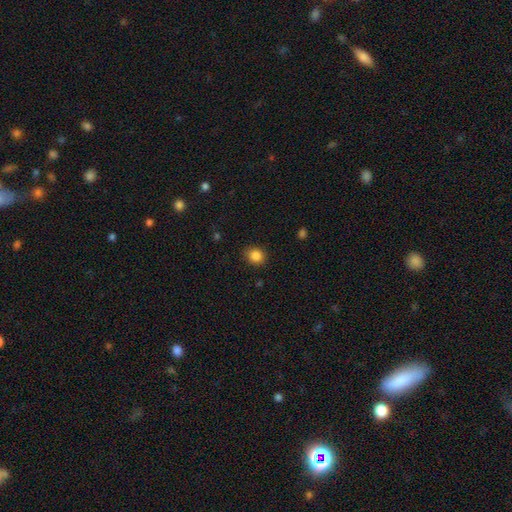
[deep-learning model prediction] Smooth or featured? smooth (86%)
How rounded? round (75%)
Merging? none (85%)